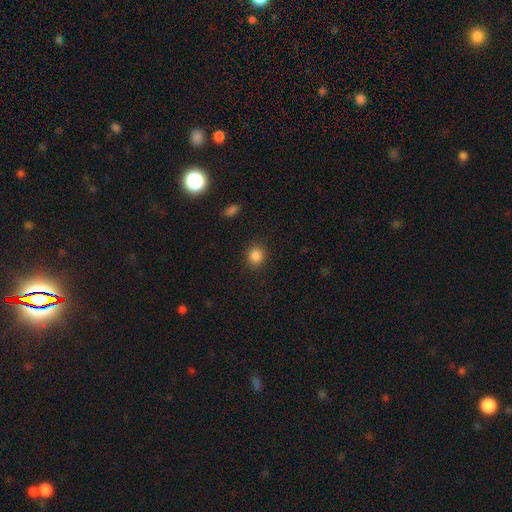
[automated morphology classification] Overall: smooth (85%). How rounded: round (84%). Merging: none (90%).